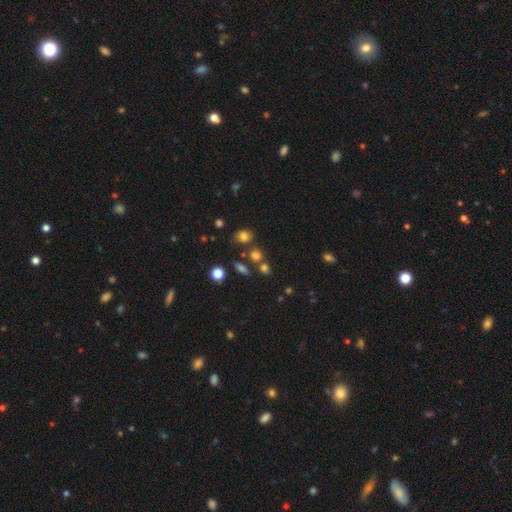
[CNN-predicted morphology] Smooth or featured: smooth — 73% (star or artifact — 19%)
How rounded: round — 62% (in between — 35%)
Merging: none — 67% (merger — 17%)